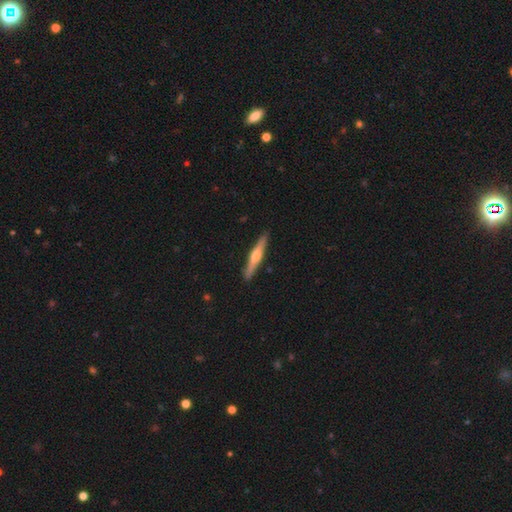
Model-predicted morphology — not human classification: A featured or disk galaxy (60%) viewed edge-on (96%) with a rounded central bulge (88%). Merging: none (91%).